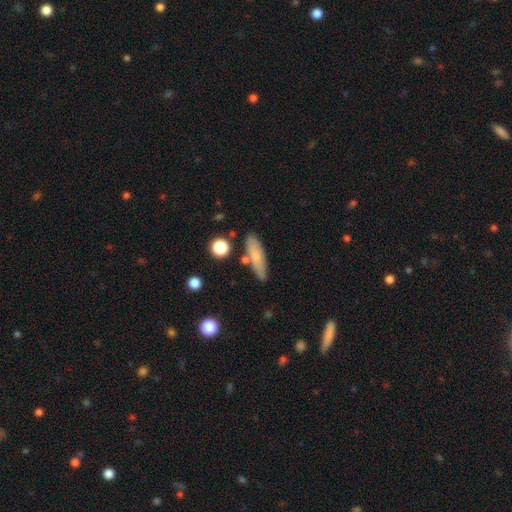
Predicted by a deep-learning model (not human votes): Smooth or featured?
  - smooth: 71% *
  - featured or disk: 21%
  - star or artifact: 7%
How rounded?
  - cigar-shaped: 63% *
  - in between: 35%
  - round: 3%
Merging?
  - none: 78% *
  - minor disturbance: 13%
  - merger: 6%
  - major disturbance: 3%